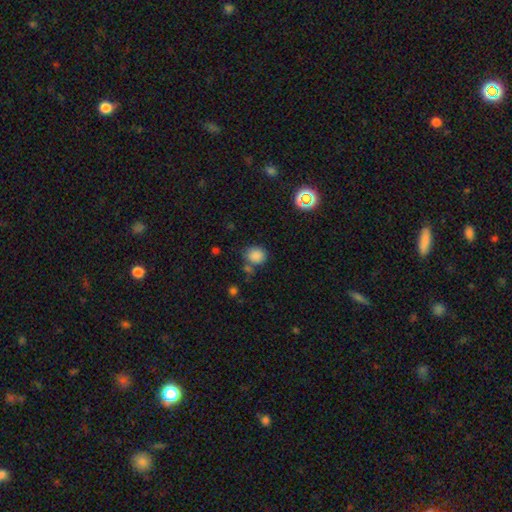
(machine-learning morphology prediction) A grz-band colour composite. It shows a smooth galaxy with no disk features (83%) that is round (71%). Merging: none (69%).